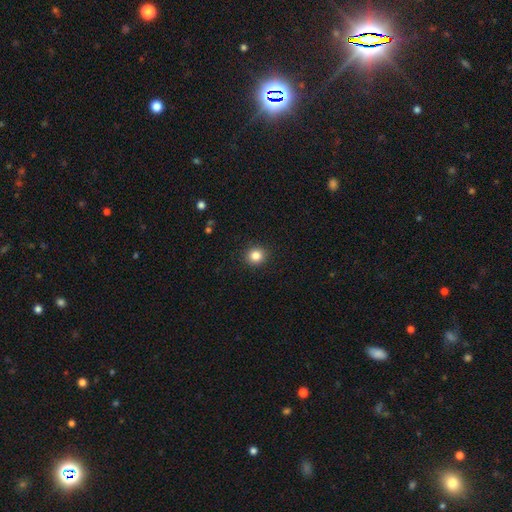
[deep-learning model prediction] Smooth or featured: smooth — 84% (star or artifact — 11%)
How rounded: round — 89% (in between — 10%)
Merging: none — 92% (minor disturbance — 6%)